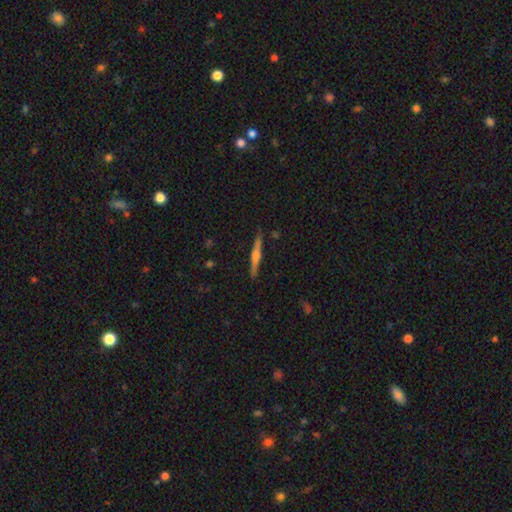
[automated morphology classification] Smooth or featured? Predicted: featured or disk (p=0.76). Edge-on disk? Predicted: yes (p=0.98). Edge-on bulge? Predicted: rounded (p=0.86). Merging? Predicted: none (p=0.91).